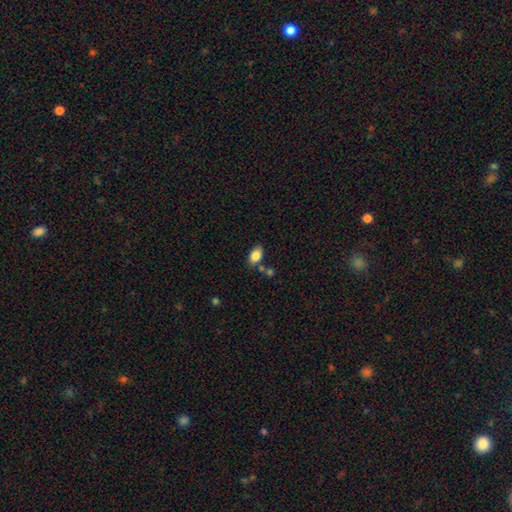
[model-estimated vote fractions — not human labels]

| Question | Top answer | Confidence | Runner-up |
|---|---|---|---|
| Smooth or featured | smooth | 85% | star or artifact (8%) |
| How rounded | in between | 91% | round (7%) |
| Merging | none | 74% | minor disturbance (13%) |